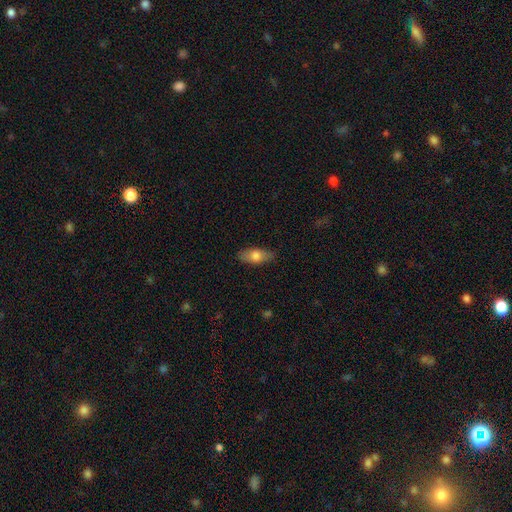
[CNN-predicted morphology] A smooth galaxy with no disk features (73%) that is in between round and cigar-shaped (83%).

Vote fractions:
- Smooth or featured? smooth: 73% / featured or disk: 20% / star or artifact: 7%
- How rounded? in between: 83% / cigar-shaped: 14% / round: 4%
- Merging? none: 84% / minor disturbance: 12% / major disturbance: 2% / merger: 1%